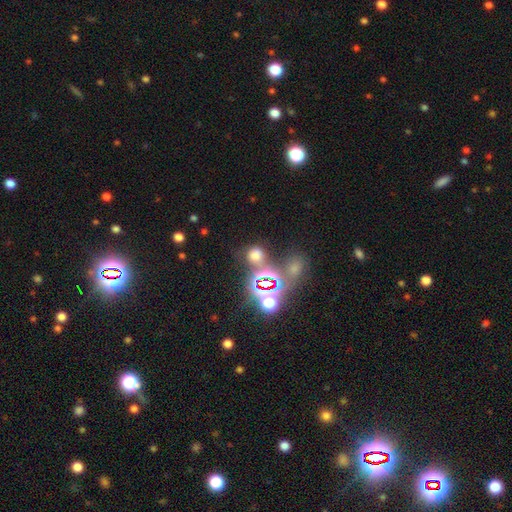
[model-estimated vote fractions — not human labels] Smooth or featured: smooth — 53% (star or artifact — 39%)
How rounded: round — 74% (in between — 24%)
Merging: none — 60% (merger — 18%)